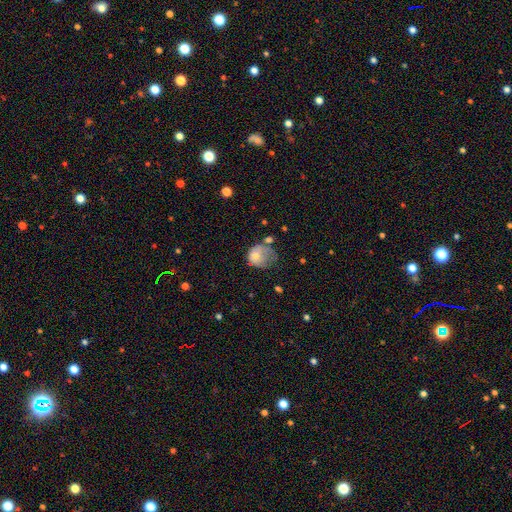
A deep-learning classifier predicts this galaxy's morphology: Smooth or featured? smooth (64%)
How rounded? round (61%)
Merging? major disturbance (38%)